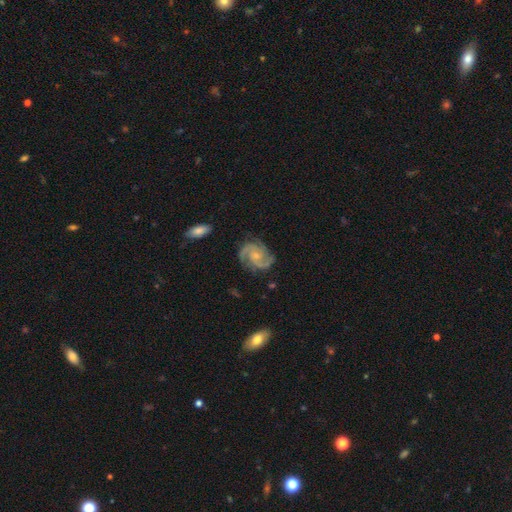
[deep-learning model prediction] The model was most divided on "spiral arm count": 2: 42%, 3: 41%, can't tell: 6%, 4: 5%, 1: 3%, more than 4: 3%. Remaining: spiral arms — yes (98%); edge-on disk — no (98%); smooth or featured — featured or disk (91%); merging — none (78%); bar — no (67%); bulge size — small (66%); spiral winding — medium (49%).